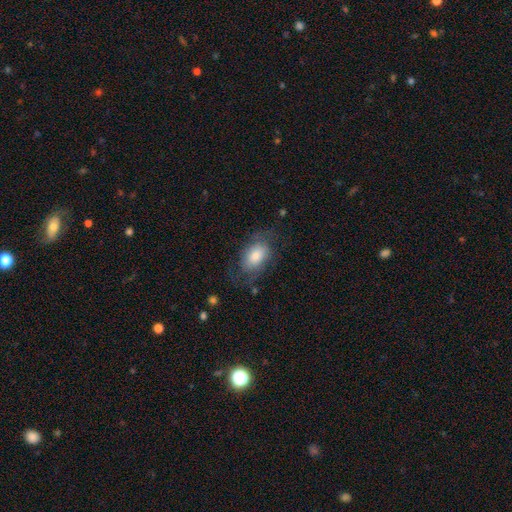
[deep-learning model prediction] Smooth or featured?
  - smooth: 60% *
  - featured or disk: 33%
  - star or artifact: 7%
How rounded?
  - in between: 88% *
  - round: 10%
  - cigar-shaped: 2%
Merging?
  - none: 55% *
  - minor disturbance: 24%
  - major disturbance: 20%
  - merger: 2%